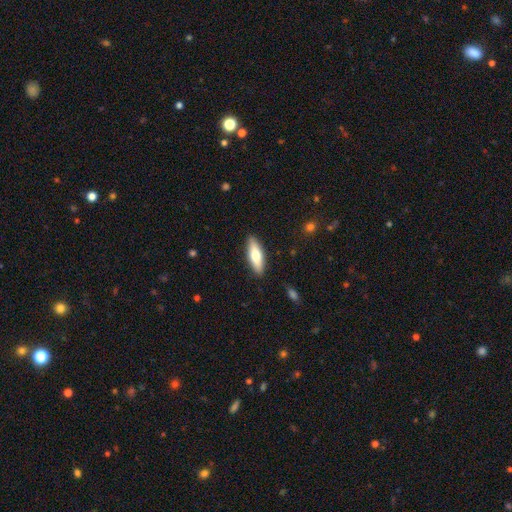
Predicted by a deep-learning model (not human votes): smooth-or-featured: smooth: 66% | featured or disk: 28% | star or artifact: 6%
  how-rounded: in between: 54% | cigar-shaped: 44% | round: 2%
  merging: none: 89% | minor disturbance: 8% | major disturbance: 2% | merger: 1%